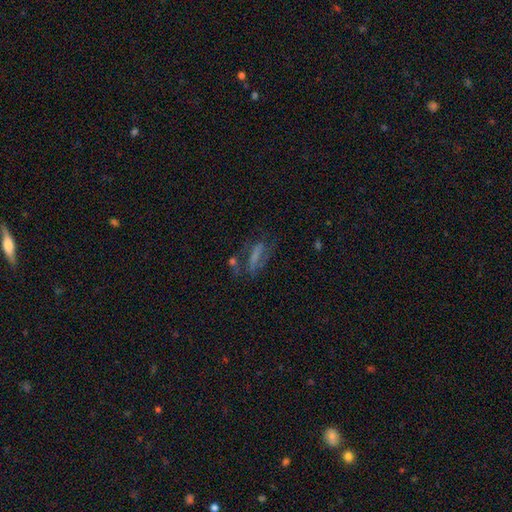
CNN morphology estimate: Smooth or featured: smooth — 41% (tied with featured or disk — 41%)
Merging: none — 49% (major disturbance — 22%)